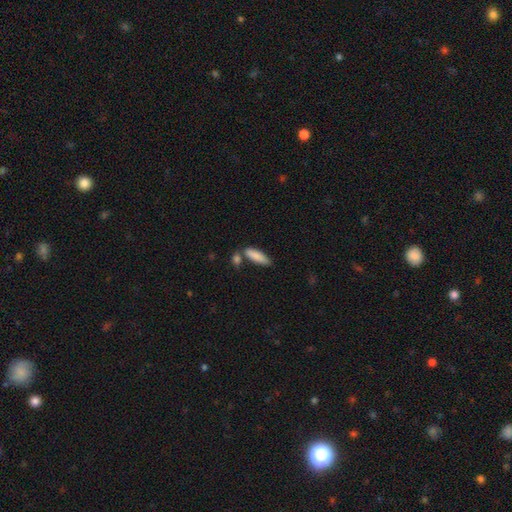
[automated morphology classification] smooth-or-featured: smooth: 86% | featured or disk: 8% | star or artifact: 6%
  how-rounded: in between: 55% | cigar-shaped: 43% | round: 2%
  merging: none: 62% | merger: 18% | minor disturbance: 16% | major disturbance: 4%